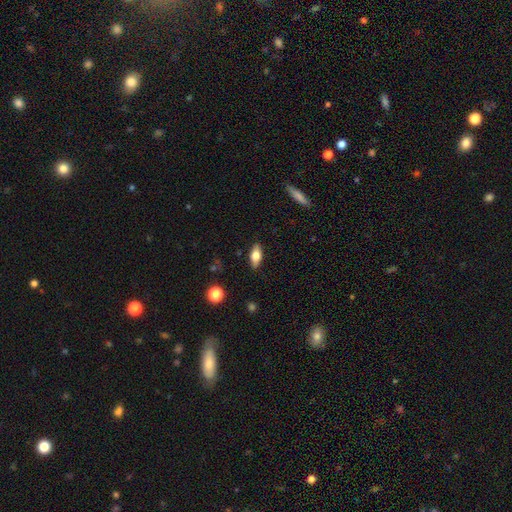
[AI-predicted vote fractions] Smooth or featured? Predicted: smooth (p=0.68). How rounded? Predicted: in between (p=0.80). Merging? Predicted: none (p=0.87).